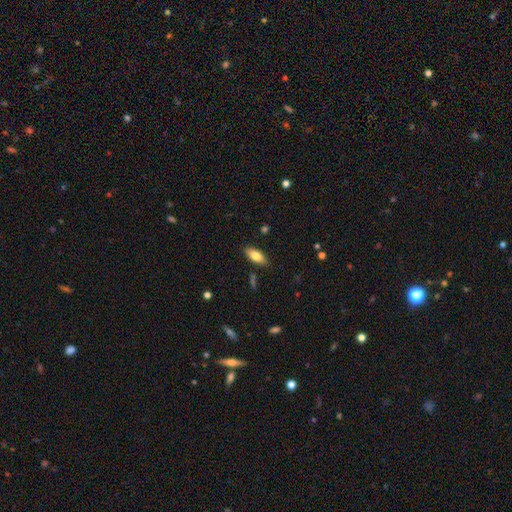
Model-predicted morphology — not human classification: Smooth or featured? Predicted: smooth (p=0.78). How rounded? Predicted: in between (p=0.82). Merging? Predicted: none (p=0.86).